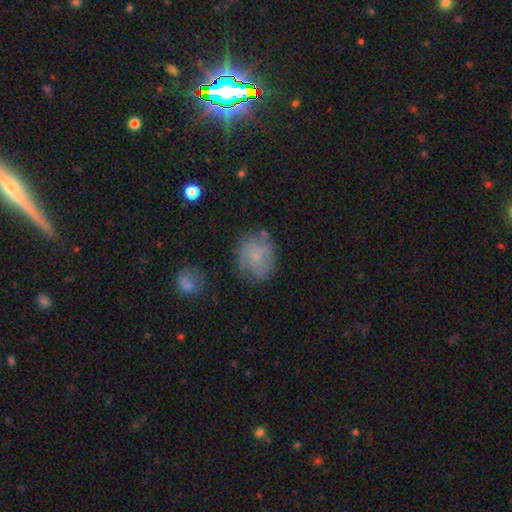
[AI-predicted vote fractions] Smooth or featured? smooth (58%)
How rounded? round (67%)
Merging? none (64%)